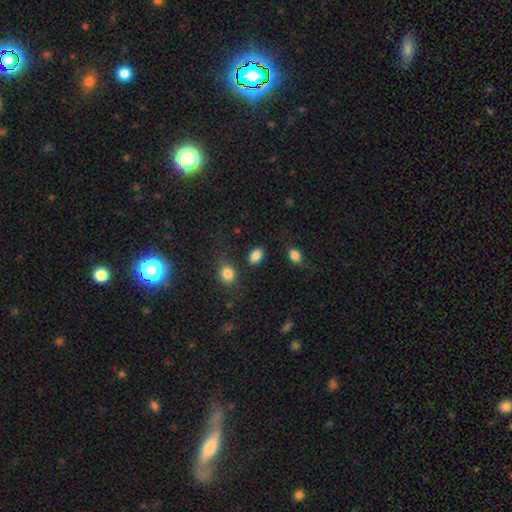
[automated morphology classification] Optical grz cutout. It shows a smooth galaxy with no disk features (86%) that is in between round and cigar-shaped (85%). Merging: none (80%).